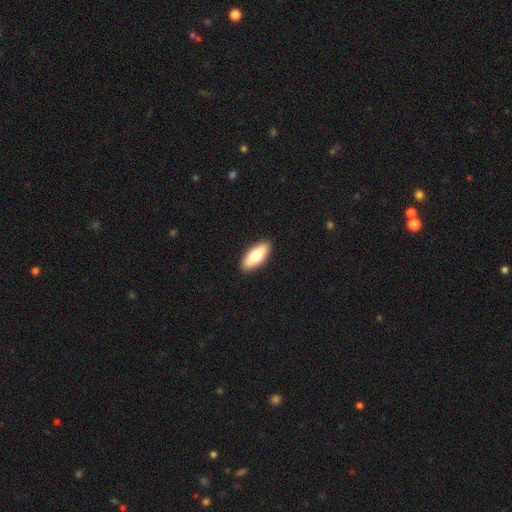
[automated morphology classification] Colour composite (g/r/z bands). It shows a smooth galaxy with no disk features (73%) that is in between round and cigar-shaped (76%). Merging: none (91%).